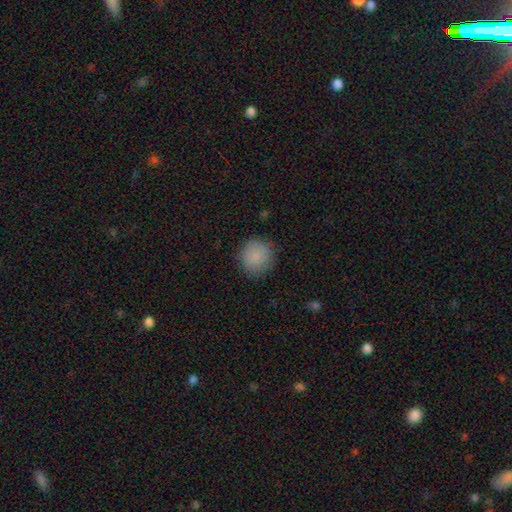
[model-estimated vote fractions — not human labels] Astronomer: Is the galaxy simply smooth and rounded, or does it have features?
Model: smooth — 87%.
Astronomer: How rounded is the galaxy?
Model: round — 93%.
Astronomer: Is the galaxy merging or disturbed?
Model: none — 88%.